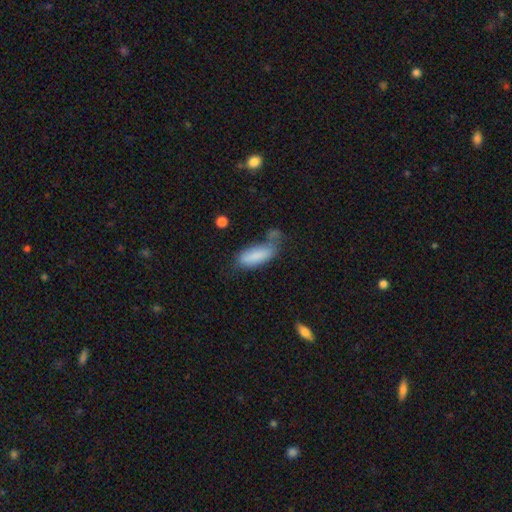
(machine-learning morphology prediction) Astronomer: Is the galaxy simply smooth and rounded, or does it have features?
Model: smooth — 83%.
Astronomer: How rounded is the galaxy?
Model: in between — 73%.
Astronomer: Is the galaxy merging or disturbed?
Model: none — 39% (runner-up: minor disturbance, 30%).